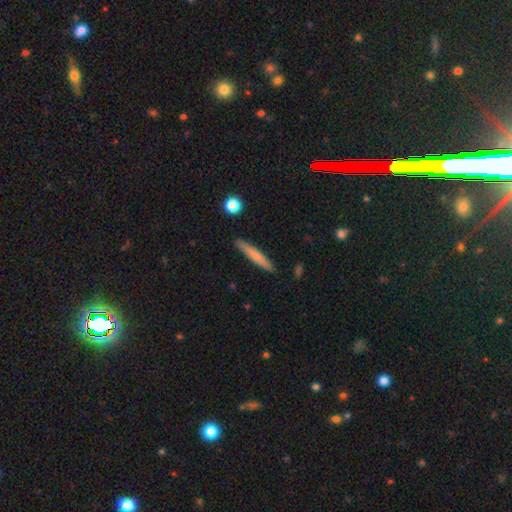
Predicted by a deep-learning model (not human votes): A smooth galaxy with no disk features (68%) that is cigar-shaped (94%). Merging: none (87%).